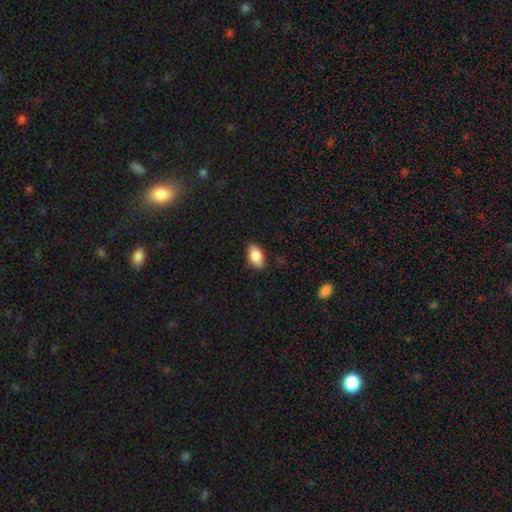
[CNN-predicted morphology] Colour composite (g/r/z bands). It shows a smooth galaxy with no disk features (88%) that is in between round and cigar-shaped (93%). Merging: none (87%).